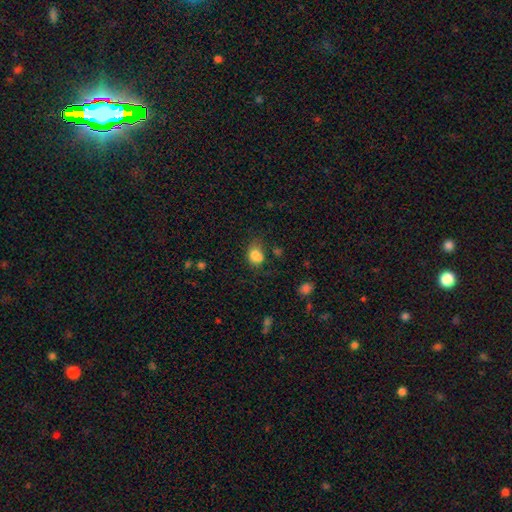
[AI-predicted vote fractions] Morphology: type=smooth (81%); roundness=in between (60%); merging=none (47%).